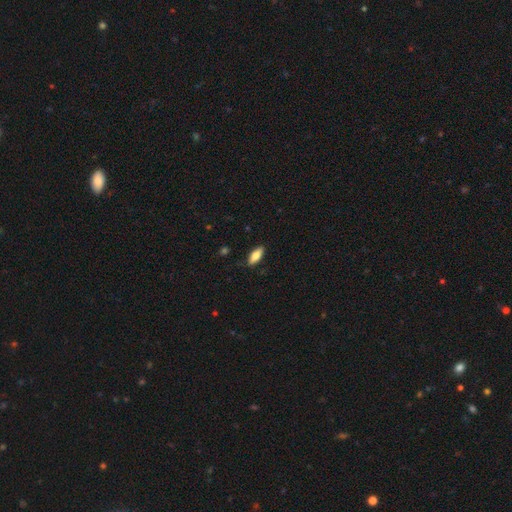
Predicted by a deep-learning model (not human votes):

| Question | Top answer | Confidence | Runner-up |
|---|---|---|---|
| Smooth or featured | smooth | 75% | featured or disk (19%) |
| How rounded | in between | 75% | cigar-shaped (23%) |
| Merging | none | 86% | minor disturbance (11%) |